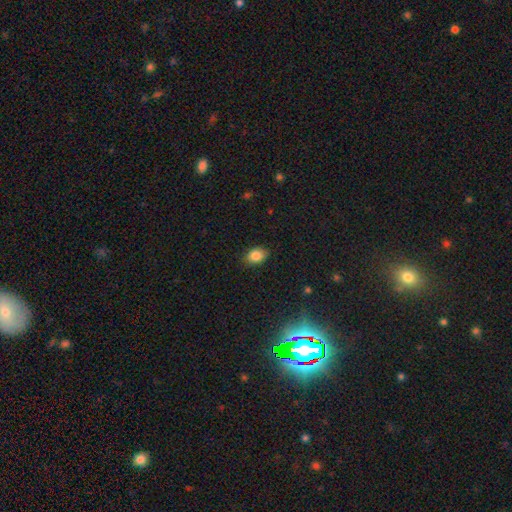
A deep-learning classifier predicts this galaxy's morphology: smooth-or-featured: smooth: 85% | star or artifact: 9% | featured or disk: 6%
  how-rounded: in between: 77% | round: 22% | cigar-shaped: 1%
  merging: none: 83% | minor disturbance: 13% | major disturbance: 3% | merger: 1%